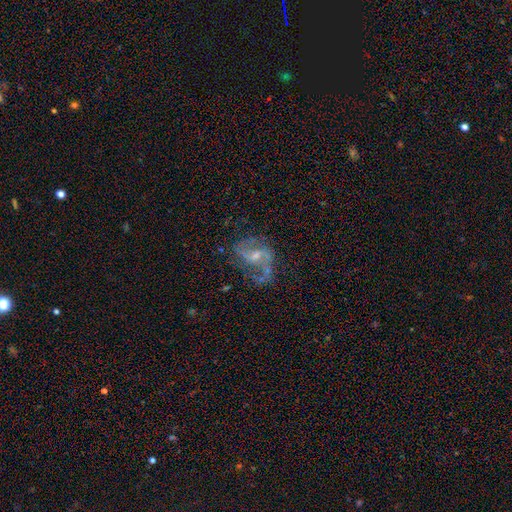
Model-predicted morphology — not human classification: Smooth or featured?
  - featured or disk: 83% *
  - smooth: 9%
  - star or artifact: 8%
Edge-on disk?
  - no: 97% *
  - yes: 3%
Bar?
  - weak: 51% *
  - no: 31%
  - strong: 18%
Spiral arms?
  - yes: 93% *
  - no: 7%
Spiral winding?
  - loose: 47% *
  - medium: 43%
  - tight: 10%
Spiral arm count?
  - 2: 80% *
  - can't tell: 7%
  - 1: 6%
  - 3: 4%
  - 4: 2%
  - more than 4: 2%
Bulge size?
  - small: 48% *
  - moderate: 42%
  - none: 7%
  - large: 3%
  - dominant: 1%
Merging?
  - none: 54% *
  - major disturbance: 20%
  - minor disturbance: 20%
  - merger: 5%